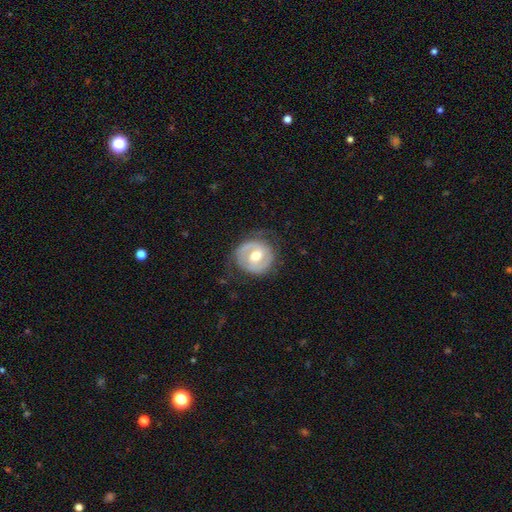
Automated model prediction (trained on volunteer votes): This is likely a featured or disk galaxy (65%). It is clearly not viewed edge-on (97%). Bar: possibly weak (47%). Spiral arm pattern: likely yes (68%). Central bulge: likely moderate (76%). Merging: likely none (71%).